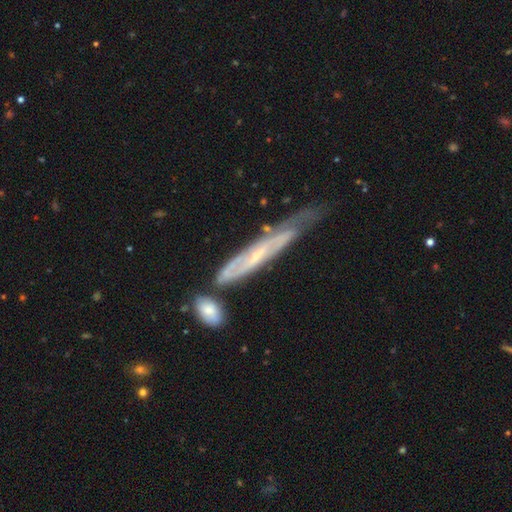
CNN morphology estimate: type=featured or disk (69%); edge-on=yes (57%); merging=none (40%).